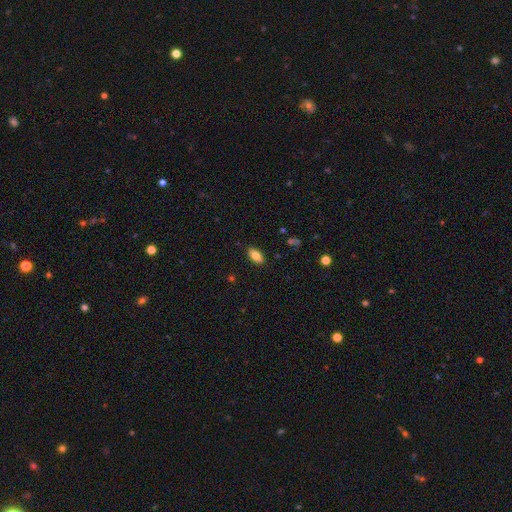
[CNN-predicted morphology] This appears to be a smooth galaxy with no disk features (82%) that is in between round and cigar-shaped (90%). Merging: none (88%).